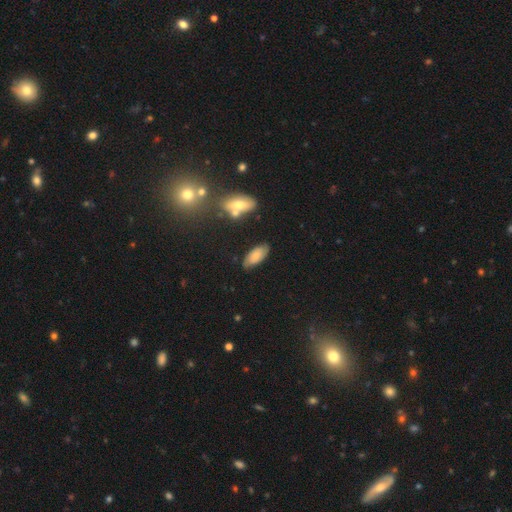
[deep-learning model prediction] A smooth galaxy with no disk features (67%) that is in between round and cigar-shaped (88%). Merging: none (77%).